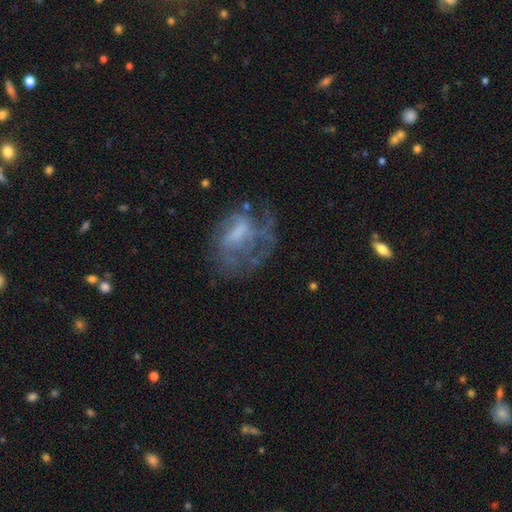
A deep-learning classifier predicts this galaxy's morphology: Smooth or featured?
  - featured or disk: 54% *
  - smooth: 23%
  - star or artifact: 23%
Edge-on disk?
  - no: 95% *
  - yes: 5%
Bar?
  - no: 46% *
  - weak: 40%
  - strong: 14%
Spiral arms?
  - yes: 64% *
  - no: 36%
Bulge size?
  - small: 37% *
  - moderate: 32%
  - none: 22%
  - large: 6%
  - dominant: 2%
Merging?
  - none: 57% *
  - major disturbance: 21%
  - minor disturbance: 19%
  - merger: 3%